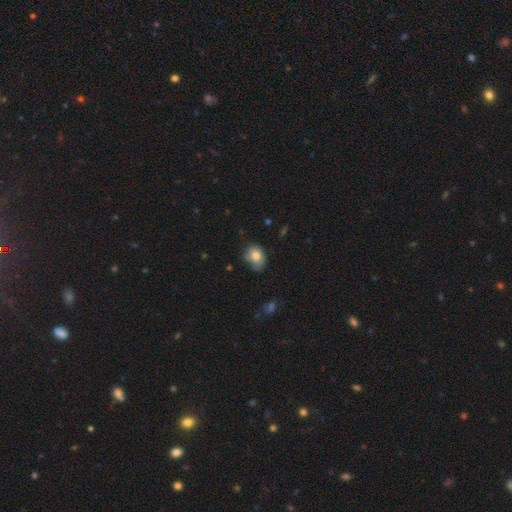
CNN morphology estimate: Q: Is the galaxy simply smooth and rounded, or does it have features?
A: smooth — 78%.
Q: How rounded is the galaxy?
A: in between — 60%.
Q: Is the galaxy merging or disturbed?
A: none — 62%.